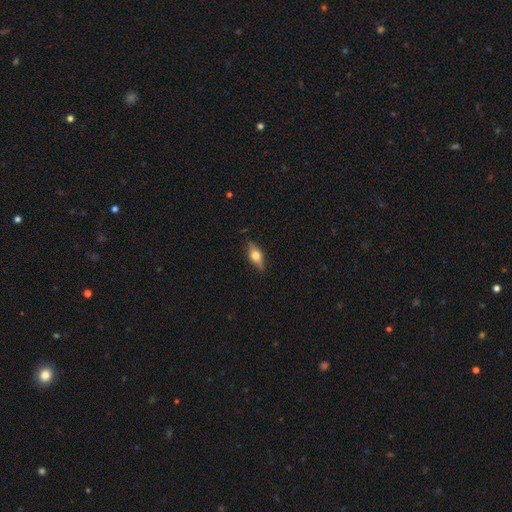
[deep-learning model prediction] A featured or disk galaxy (47%). Merging: none (83%).